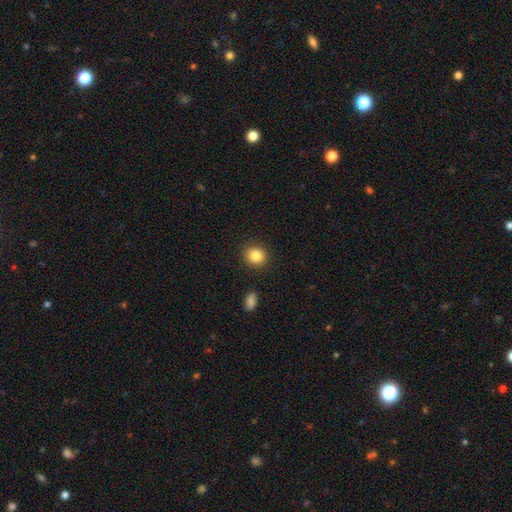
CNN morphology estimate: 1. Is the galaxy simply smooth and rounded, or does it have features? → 85% smooth, 9% star or artifact, 5% featured or disk.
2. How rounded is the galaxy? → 78% round, 21% in between, 1% cigar-shaped.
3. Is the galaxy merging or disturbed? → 89% none, 7% minor disturbance, 2% major disturbance, 2% merger.